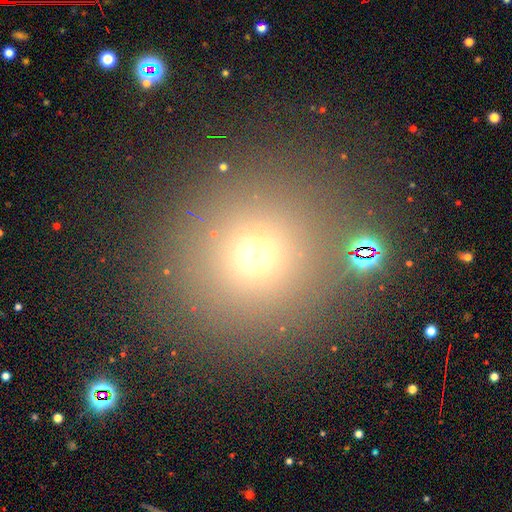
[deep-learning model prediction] Smooth or featured? Predicted: smooth (p=0.64). How rounded? Predicted: round (p=0.94). Merging? Predicted: none (p=0.84).